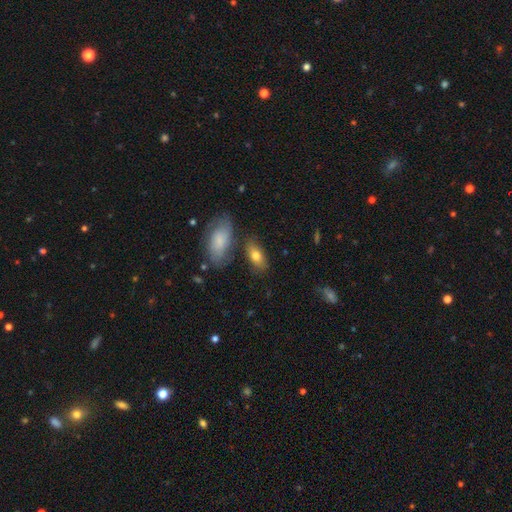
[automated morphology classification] Smooth or featured? Predicted: smooth (p=0.76). How rounded? Predicted: in between (p=0.87). Merging? Predicted: none (p=0.72).